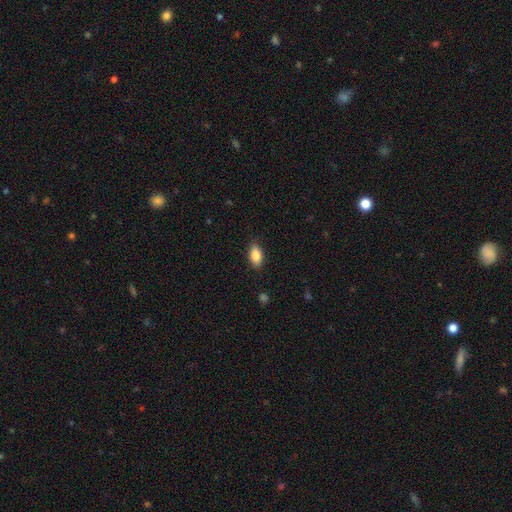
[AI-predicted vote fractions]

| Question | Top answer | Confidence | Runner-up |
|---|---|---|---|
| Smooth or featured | smooth | 85% | featured or disk (7%) |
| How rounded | in between | 90% | cigar-shaped (5%) |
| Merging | none | 86% | minor disturbance (11%) |